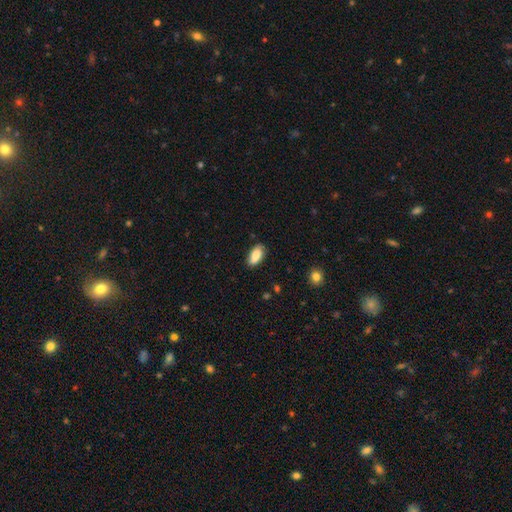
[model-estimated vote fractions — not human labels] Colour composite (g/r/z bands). It shows a smooth galaxy with no disk features (84%) that is in between round and cigar-shaped (91%). Merging: none (80%).